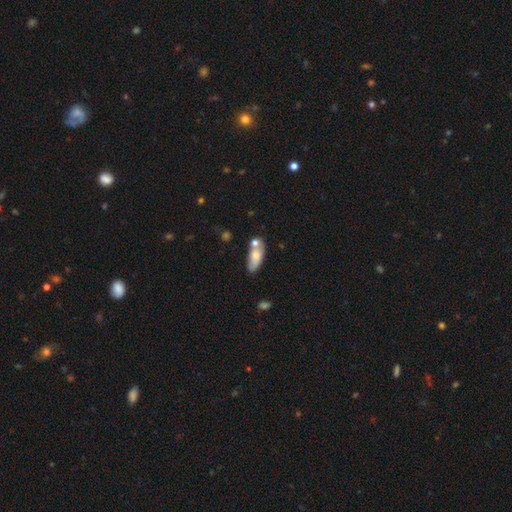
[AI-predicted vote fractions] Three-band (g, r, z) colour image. It shows a smooth galaxy with no disk features (69%) that is in between round and cigar-shaped (80%). Merging: none (48%).